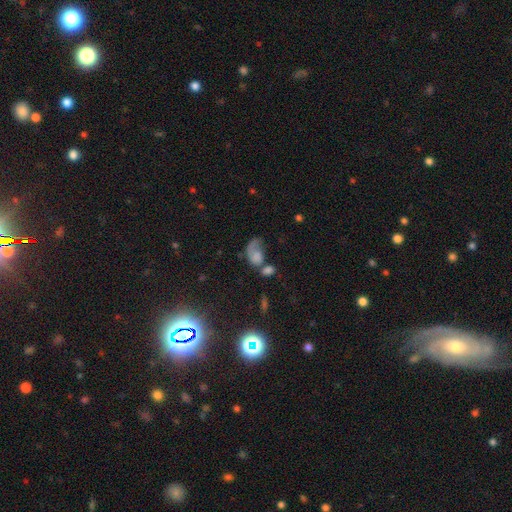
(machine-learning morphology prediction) This appears to be a smooth galaxy with no disk features (59%) that is in between round and cigar-shaped (80%). Merging: major disturbance (36%).